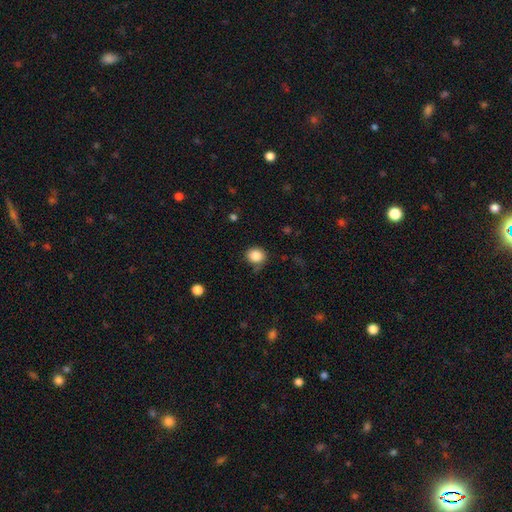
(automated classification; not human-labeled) Smooth or featured: smooth — 86% (star or artifact — 10%)
How rounded: round — 77% (in between — 22%)
Merging: none — 79% (minor disturbance — 15%)